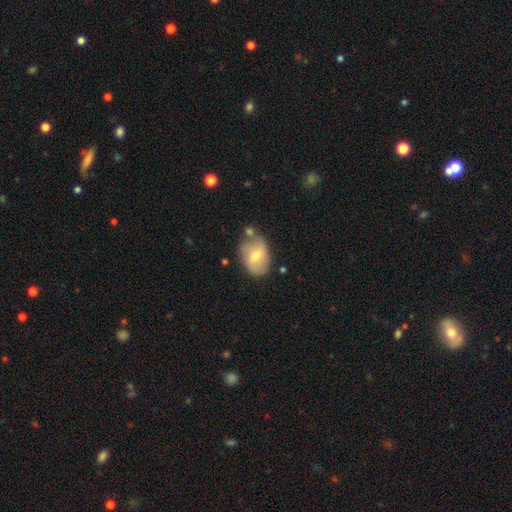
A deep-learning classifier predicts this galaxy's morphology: type=smooth (56%); roundness=in between (82%); merging=none (62%).